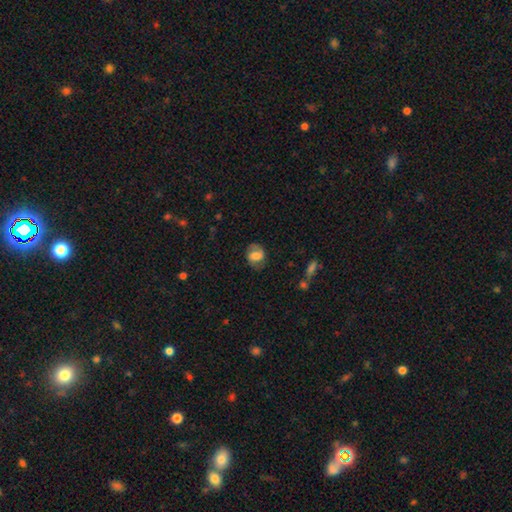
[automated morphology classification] smooth 53%, featured or disk 39%, star or artifact 8%. Down the decision tree: how rounded — round (50%); merging — none (68%).